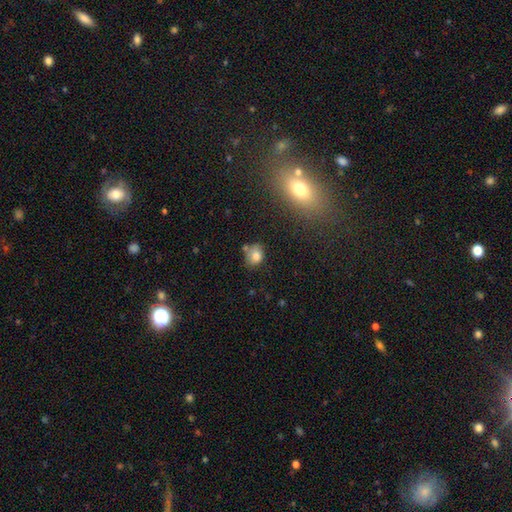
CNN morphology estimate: Smooth or featured? Predicted: smooth (p=0.78). How rounded? Predicted: round (p=0.52). Merging? Predicted: none (p=0.57).